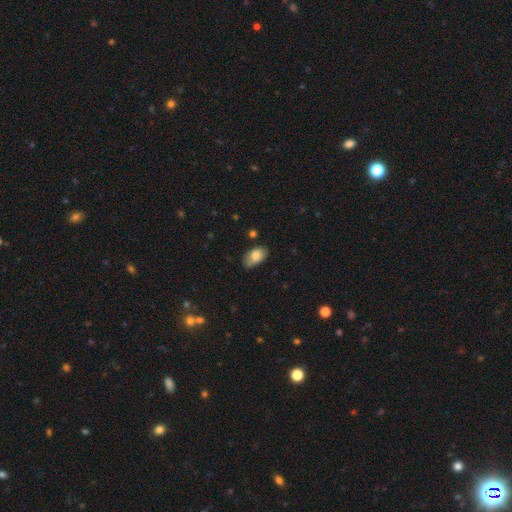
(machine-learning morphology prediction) This is clearly a smooth galaxy (82%). How rounded: clearly in between (92%). Merging: likely none (71%).